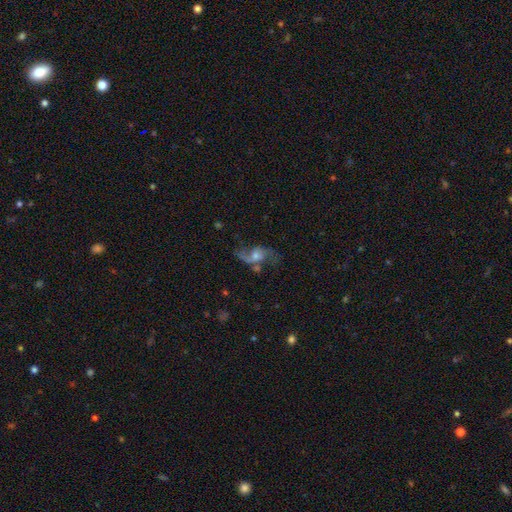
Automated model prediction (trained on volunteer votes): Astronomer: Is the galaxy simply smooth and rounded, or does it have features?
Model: featured or disk — 77%.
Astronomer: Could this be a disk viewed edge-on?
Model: no — 96%.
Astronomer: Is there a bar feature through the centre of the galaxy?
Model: no — 56% (runner-up: weak, 36%).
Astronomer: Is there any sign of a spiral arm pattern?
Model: yes — 90%.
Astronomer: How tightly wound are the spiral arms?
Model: loose — 75%.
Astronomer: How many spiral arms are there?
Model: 2 — 88%.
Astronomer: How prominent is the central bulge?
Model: moderate — 51% (runner-up: small, 35%).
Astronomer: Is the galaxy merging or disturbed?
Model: none — 53%.